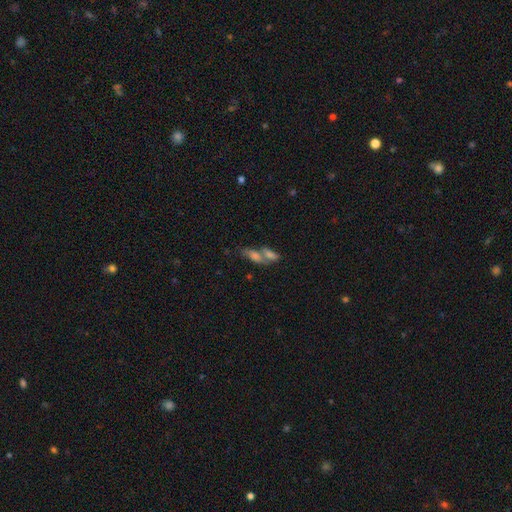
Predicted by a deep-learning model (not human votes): smooth-or-featured: smooth: 50% | featured or disk: 33% | star or artifact: 17%
  merging: merger: 58% | none: 27% | minor disturbance: 9% | major disturbance: 6%